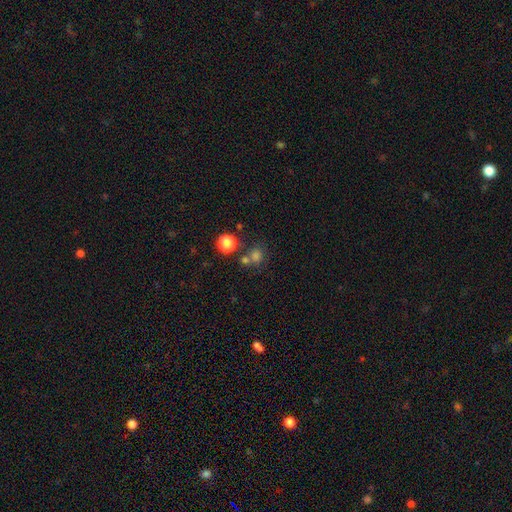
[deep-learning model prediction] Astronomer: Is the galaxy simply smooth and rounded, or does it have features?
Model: smooth — 71%.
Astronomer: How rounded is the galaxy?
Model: round — 78%.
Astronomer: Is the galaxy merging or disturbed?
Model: none — 59%.